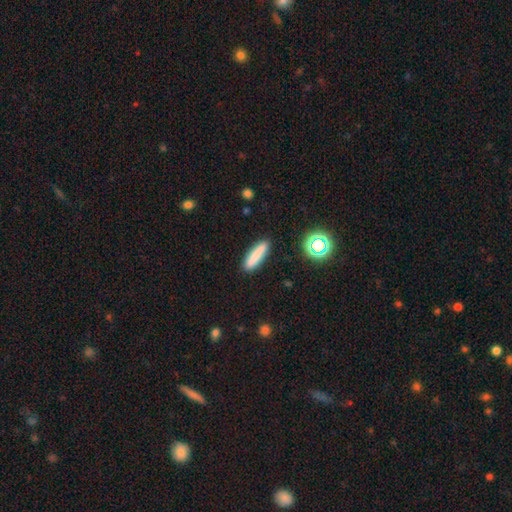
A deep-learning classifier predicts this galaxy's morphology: The model was most divided on "how rounded": cigar-shaped: 79%, in between: 19%, round: 2%. More confident: merging — none (89%); smooth or featured — smooth (82%).